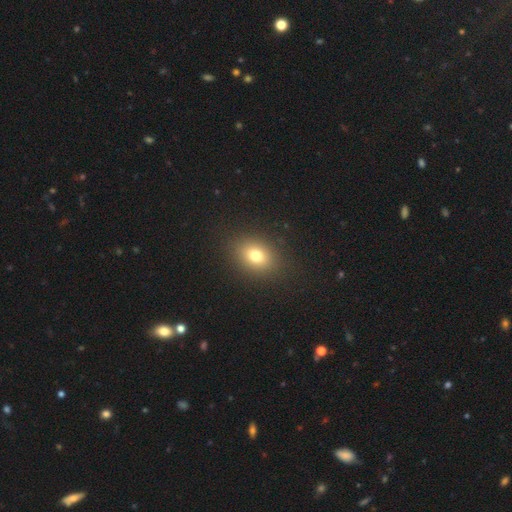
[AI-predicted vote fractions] Smooth or featured?
  - smooth: 76% *
  - star or artifact: 14%
  - featured or disk: 11%
How rounded?
  - in between: 61% *
  - round: 38%
  - cigar-shaped: 1%
Merging?
  - none: 88% *
  - minor disturbance: 8%
  - major disturbance: 3%
  - merger: 1%